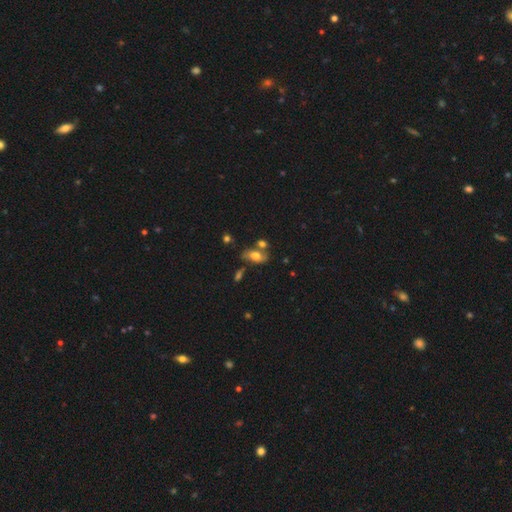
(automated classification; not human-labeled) smooth 62%, featured or disk 28%, star or artifact 10%. Down the decision tree: how rounded — in between (86%); merging — none (51%).